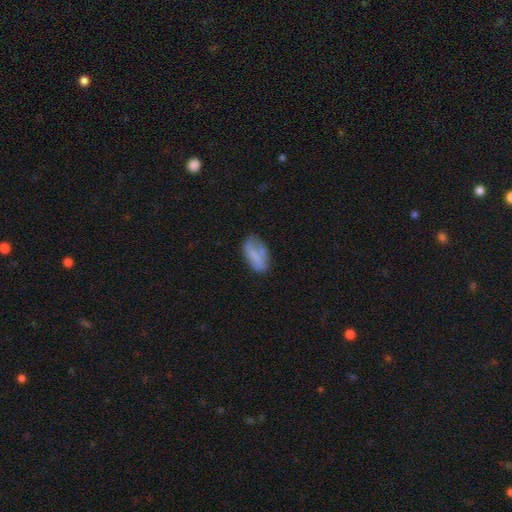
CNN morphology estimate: Smooth or featured: smooth — 68% (featured or disk — 24%)
How rounded: in between — 89% (cigar-shaped — 7%)
Merging: none — 59% (minor disturbance — 27%)